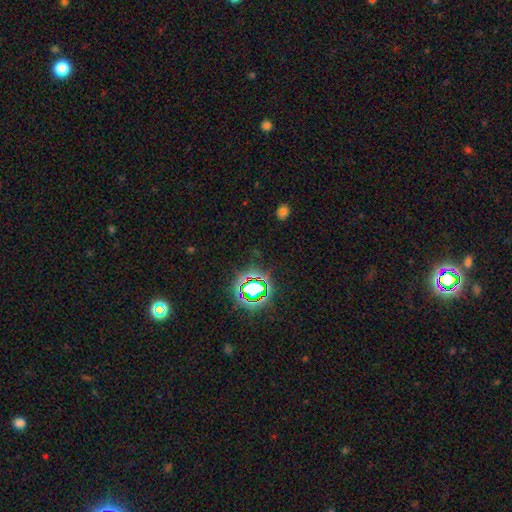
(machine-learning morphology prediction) smooth_or_featured: star or artifact (p=0.74) [alt: smooth p=0.17]